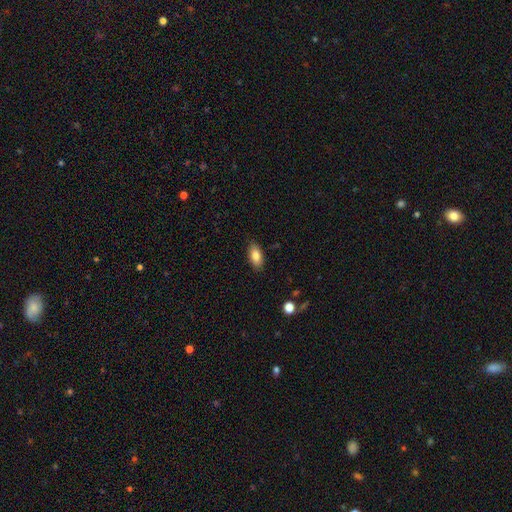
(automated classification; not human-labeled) A smooth galaxy with no disk features (83%) that is in between round and cigar-shaped (89%). Merging: none (86%).